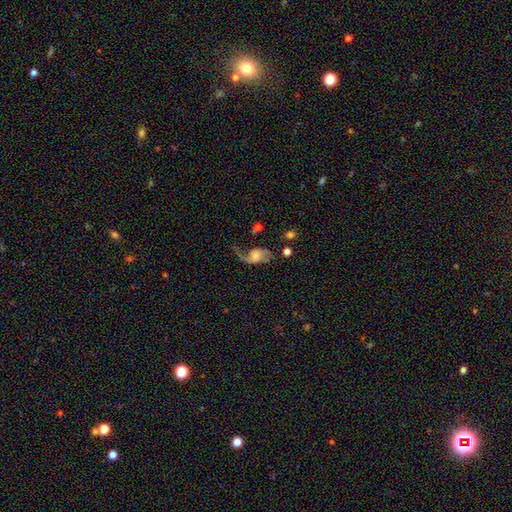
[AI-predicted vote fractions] Smooth or featured? Predicted: featured or disk (p=0.74). Edge-on disk? Predicted: no (p=0.97). Bar? Predicted: no (p=0.64). Spiral arms? Predicted: yes (p=0.93). Spiral winding? Predicted: loose (p=0.78). Spiral arm count? Predicted: 2 (p=0.74). Bulge size? Predicted: small (p=0.31). Merging? Predicted: none (p=0.46).